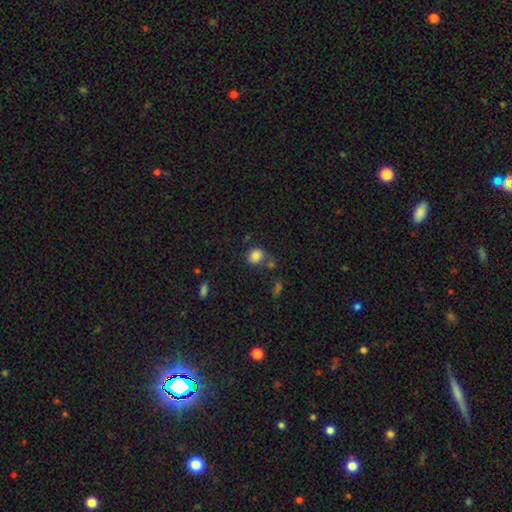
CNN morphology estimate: Overall: smooth (84%). How rounded: round (76%). Merging: none (56%; minor disturbance 18%).